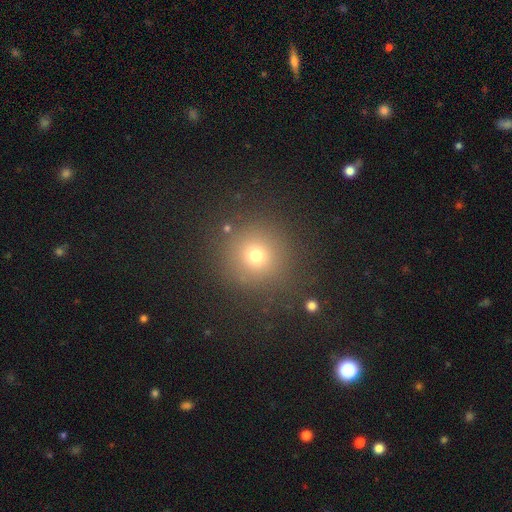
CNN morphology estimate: Overall: smooth (70%). How rounded: round (94%). Merging: none (86%).